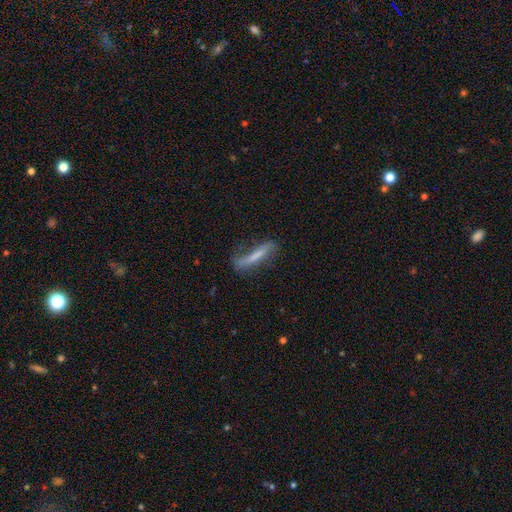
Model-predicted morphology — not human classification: Smooth or featured?
  - smooth: 48% *
  - featured or disk: 43%
  - star or artifact: 9%
Merging?
  - none: 53% *
  - minor disturbance: 27%
  - major disturbance: 16%
  - merger: 4%